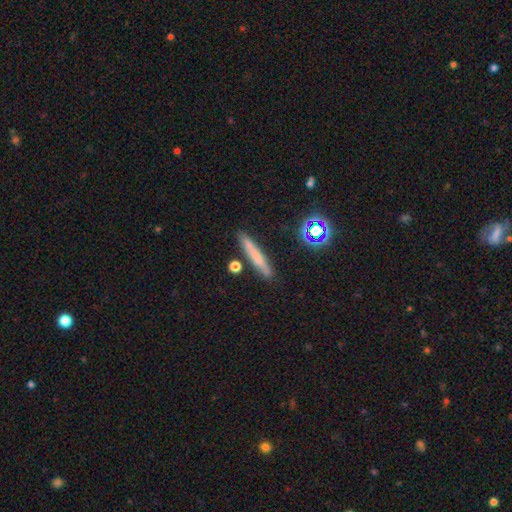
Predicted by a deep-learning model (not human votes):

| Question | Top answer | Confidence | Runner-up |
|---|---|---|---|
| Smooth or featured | smooth | 65% | featured or disk (24%) |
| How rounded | cigar-shaped | 92% | in between (5%) |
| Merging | none | 86% | minor disturbance (9%) |